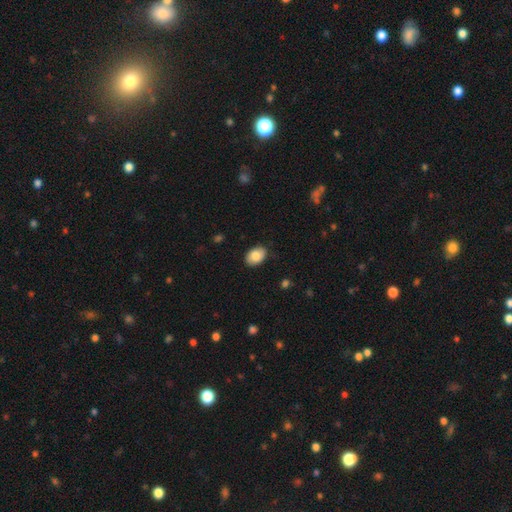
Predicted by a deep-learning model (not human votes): Overall: smooth (81%). How rounded: in between (83%). Merging: none (84%).